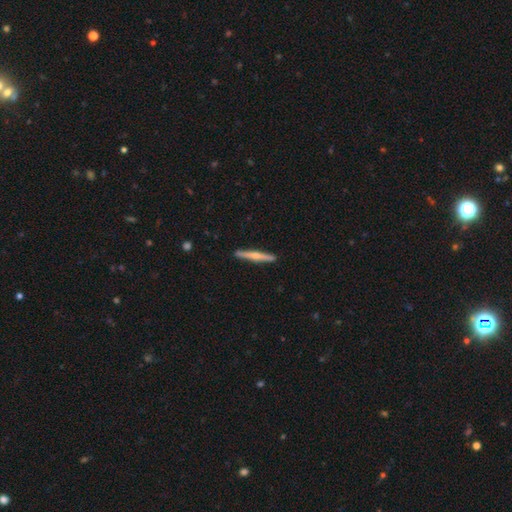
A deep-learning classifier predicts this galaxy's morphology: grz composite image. It shows a featured or disk galaxy (56%) viewed edge-on (97%) with a rounded central bulge (77%). Merging: none (90%).